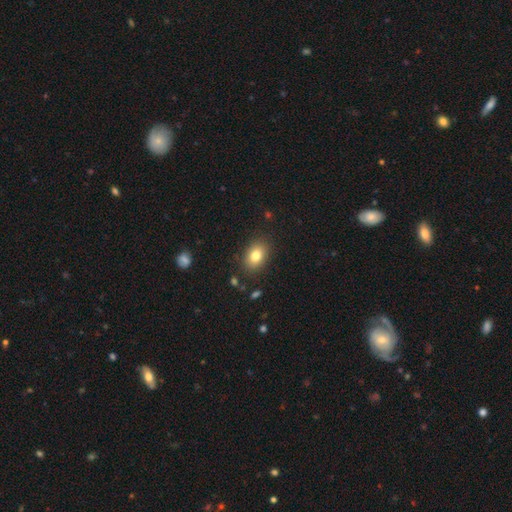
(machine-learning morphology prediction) A smooth galaxy with no disk features (80%) that is in between round and cigar-shaped (74%). Merging: none (86%).